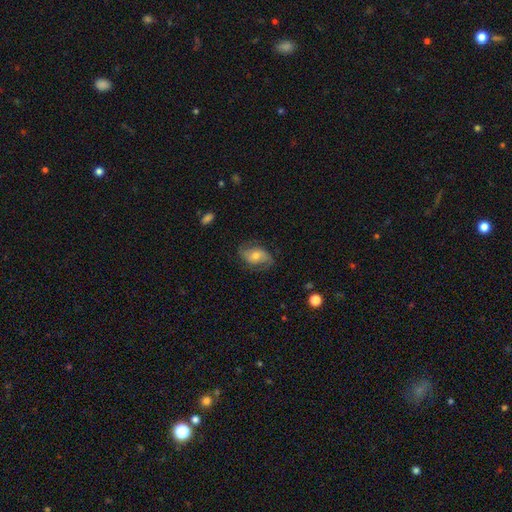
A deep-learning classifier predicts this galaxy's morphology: A featured or disk galaxy (61%) with no bar (63%), 2 (85%) medium (43%) spiral arms (87%) and a moderate central bulge (56%). Merging: none (71%).